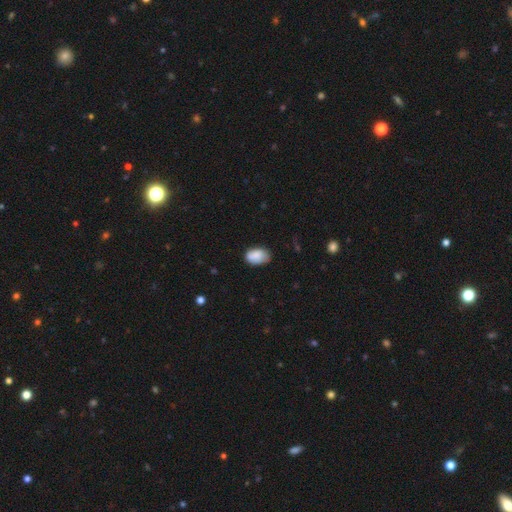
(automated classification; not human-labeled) A smooth galaxy with no disk features (86%) that is in between round and cigar-shaped (89%). Merging: none (66%).